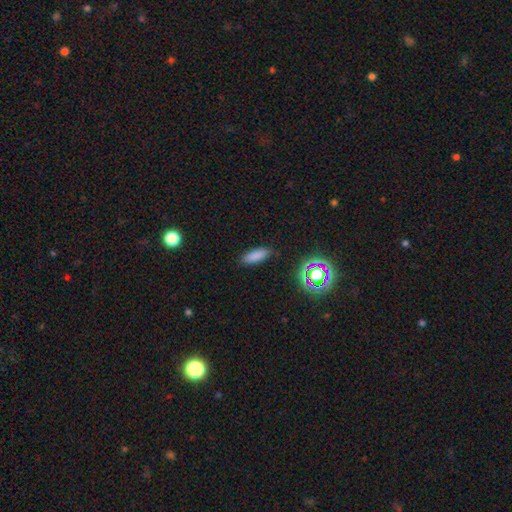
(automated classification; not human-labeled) smooth-or-featured: smooth: 80% | star or artifact: 13% | featured or disk: 6%
  how-rounded: in between: 65% | cigar-shaped: 32% | round: 3%
  merging: none: 86% | minor disturbance: 10% | major disturbance: 2% | merger: 1%